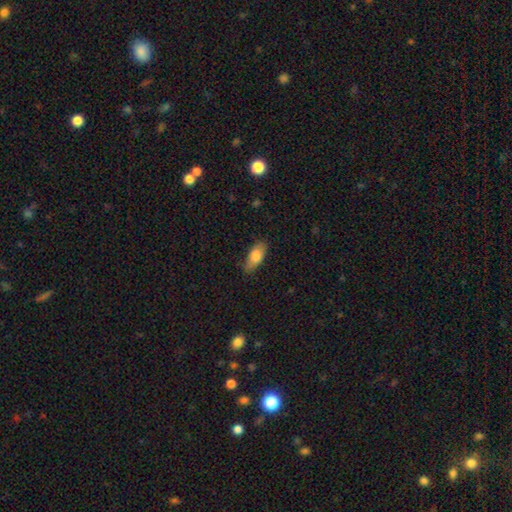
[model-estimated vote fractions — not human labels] Overall: smooth (80%). How rounded: in between (84%). Merging: none (75%).